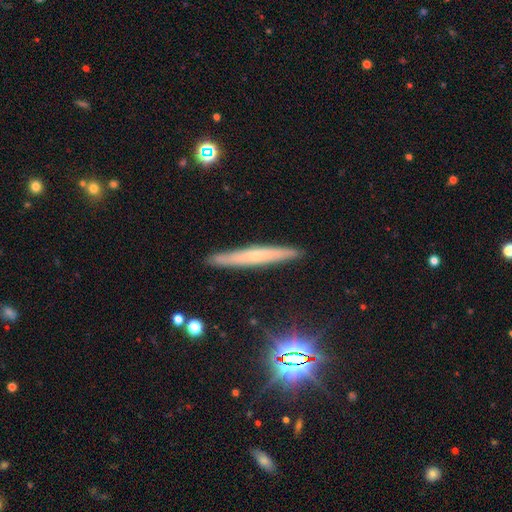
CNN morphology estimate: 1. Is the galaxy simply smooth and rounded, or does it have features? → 52% featured or disk, 38% smooth, 10% star or artifact.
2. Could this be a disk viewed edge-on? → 91% yes, 9% no.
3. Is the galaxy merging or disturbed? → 89% none, 8% minor disturbance, 1% major disturbance, 1% merger.